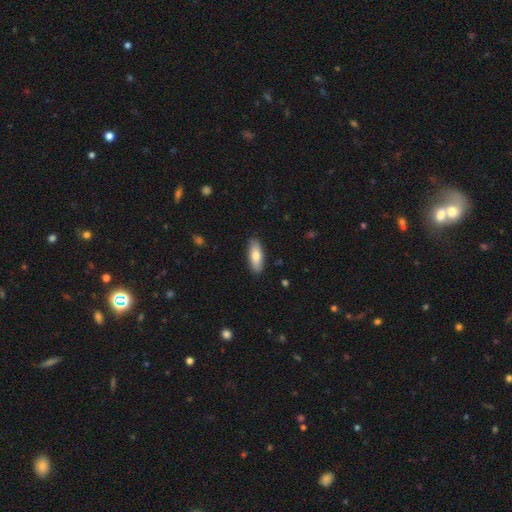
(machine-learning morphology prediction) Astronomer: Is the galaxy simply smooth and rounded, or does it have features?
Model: smooth — 76%.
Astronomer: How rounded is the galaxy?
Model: in between — 69%.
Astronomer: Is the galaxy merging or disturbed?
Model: none — 89%.